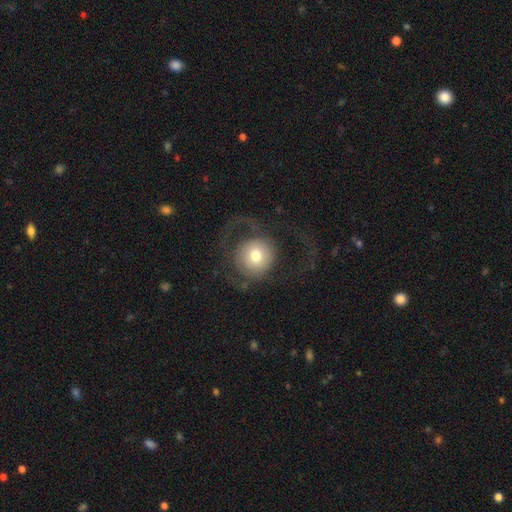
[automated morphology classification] Smooth or featured?
  - smooth: 58% *
  - featured or disk: 33%
  - star or artifact: 8%
How rounded?
  - round: 92% *
  - in between: 7%
  - cigar-shaped: 1%
Merging?
  - none: 48% *
  - major disturbance: 38%
  - minor disturbance: 12%
  - merger: 2%